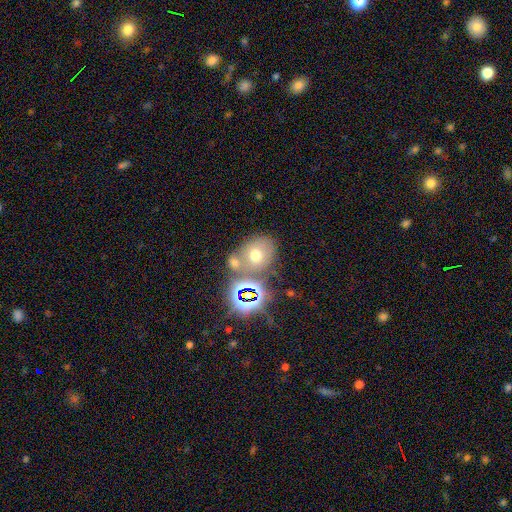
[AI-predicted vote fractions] Smooth or featured: smooth — 56% (star or artifact — 27%)
How rounded: round — 55% (in between — 44%)
Merging: none — 53% (merger — 28%)